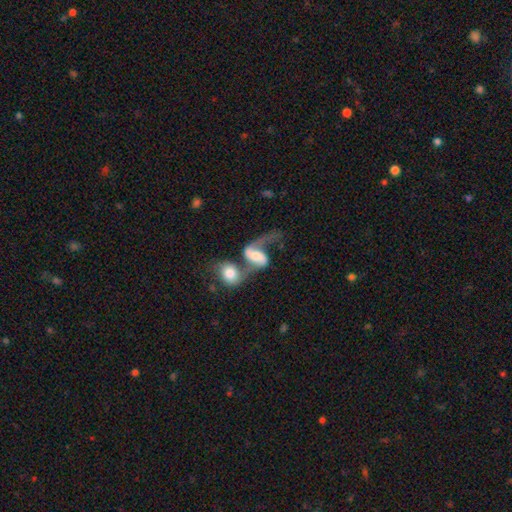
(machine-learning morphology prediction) A featured or disk galaxy (73%) with a weak bar (39%), 2 (75%) loose (79%) spiral arms (90%) and a moderate central bulge (43%). Merging: merger (67%).